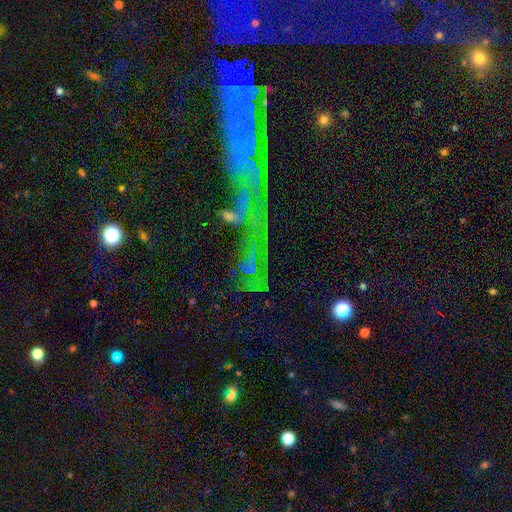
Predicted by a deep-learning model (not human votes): A star or artifact, not a galaxy (65%).

Vote fractions:
- Smooth or featured? star or artifact: 65% / featured or disk: 18% / smooth: 18%